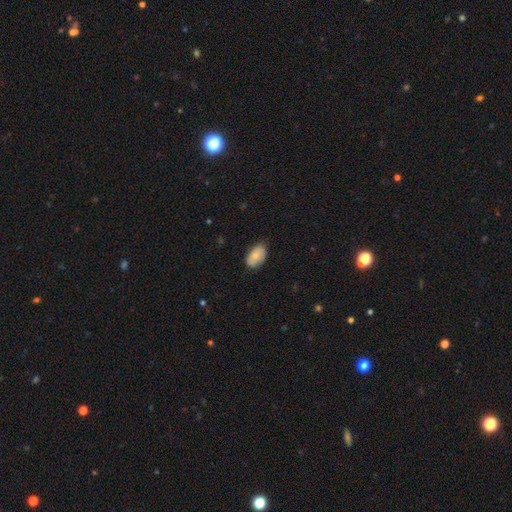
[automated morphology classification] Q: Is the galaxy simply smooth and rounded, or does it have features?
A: smooth — 78%.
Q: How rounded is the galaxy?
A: in between — 93%.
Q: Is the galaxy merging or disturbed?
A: none — 76%.